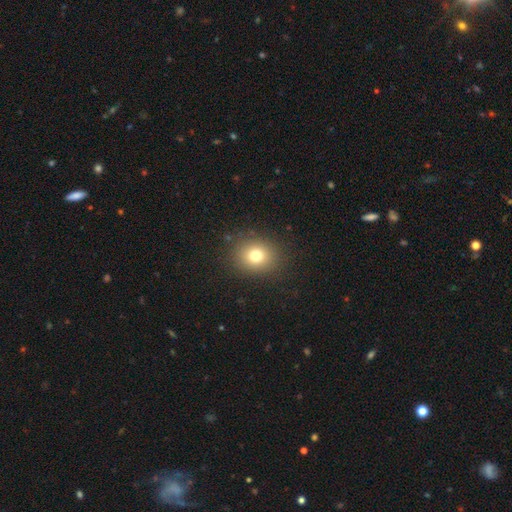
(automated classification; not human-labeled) This appears to be a smooth galaxy with no disk features (76%) that is round (69%). Merging: none (88%).